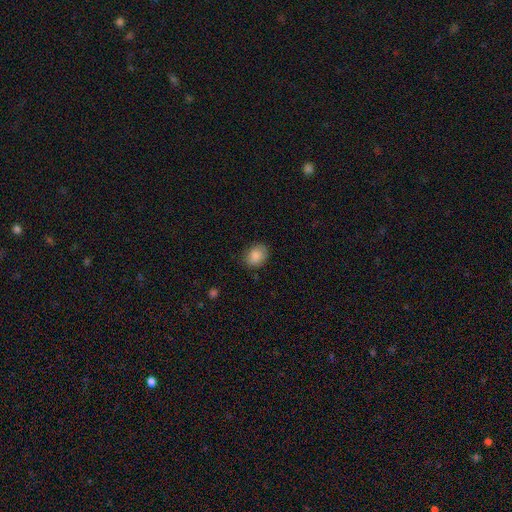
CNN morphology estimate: smooth-or-featured: smooth: 87% | star or artifact: 8% | featured or disk: 5%
  how-rounded: in between: 51% | round: 48% | cigar-shaped: 1%
  merging: none: 80% | minor disturbance: 16% | major disturbance: 3% | merger: 1%